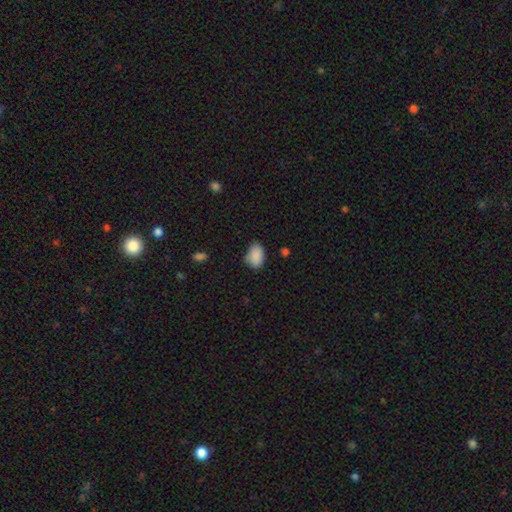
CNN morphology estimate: smooth_or_featured: smooth (p=0.89) [alt: star or artifact p=0.07]
how_rounded: in between (p=0.83) [alt: round p=0.16]
merging: none (p=0.72) [alt: minor disturbance p=0.22]